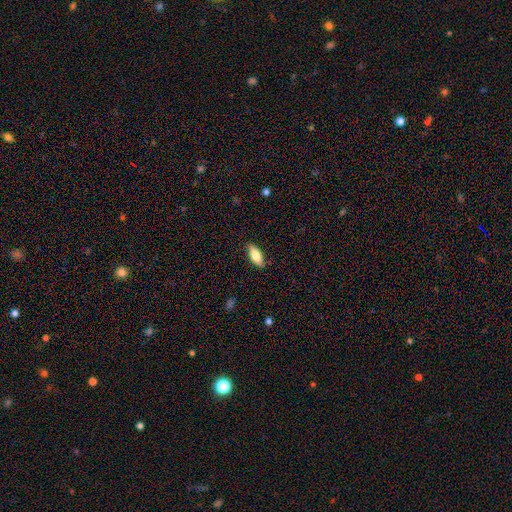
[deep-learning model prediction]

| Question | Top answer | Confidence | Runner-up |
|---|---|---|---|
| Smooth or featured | smooth | 71% | featured or disk (23%) |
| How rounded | in between | 74% | cigar-shaped (24%) |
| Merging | none | 84% | minor disturbance (13%) |